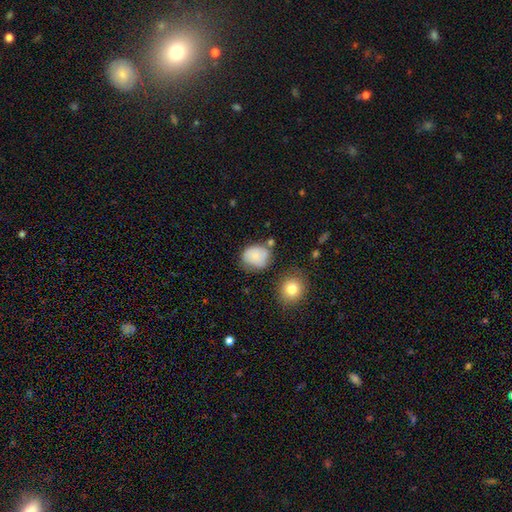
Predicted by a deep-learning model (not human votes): Morphology: type=smooth (77%); roundness=round (59%); merging=none (57%).